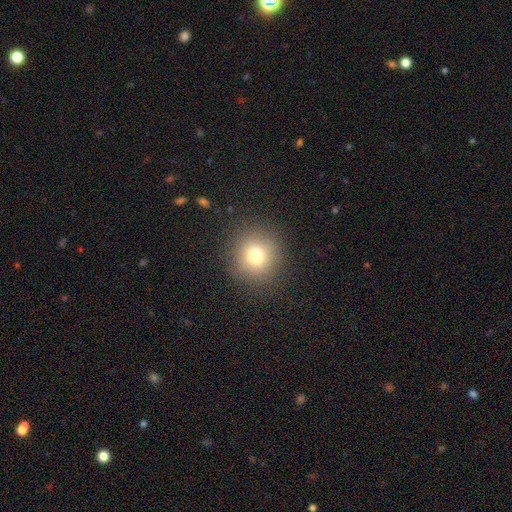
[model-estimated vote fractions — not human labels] Q: Smooth or featured?
A: smooth (75%); runner-up: star or artifact (15%)
Q: How rounded?
A: round (92%); runner-up: in between (7%)
Q: Merging?
A: none (88%); runner-up: minor disturbance (7%)